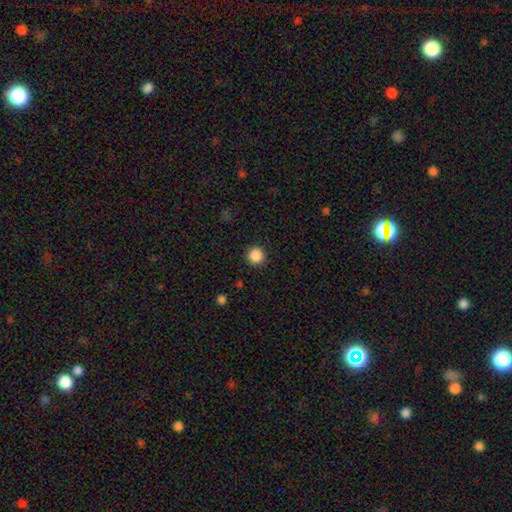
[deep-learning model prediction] Smooth or featured?
  - smooth: 87% *
  - star or artifact: 10%
  - featured or disk: 3%
How rounded?
  - round: 96% *
  - in between: 3%
  - cigar-shaped: 1%
Merging?
  - none: 93% *
  - minor disturbance: 5%
  - major disturbance: 2%
  - merger: 1%